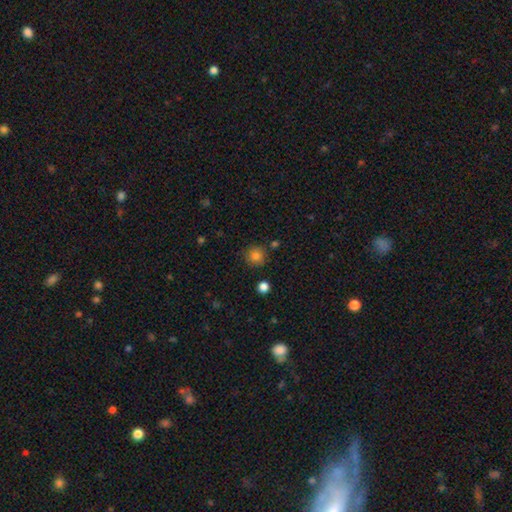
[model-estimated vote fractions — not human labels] smooth_or_featured: smooth (p=0.83) [alt: star or artifact p=0.12]
how_rounded: round (p=0.92) [alt: in between p=0.07]
merging: none (p=0.84) [alt: minor disturbance p=0.10]